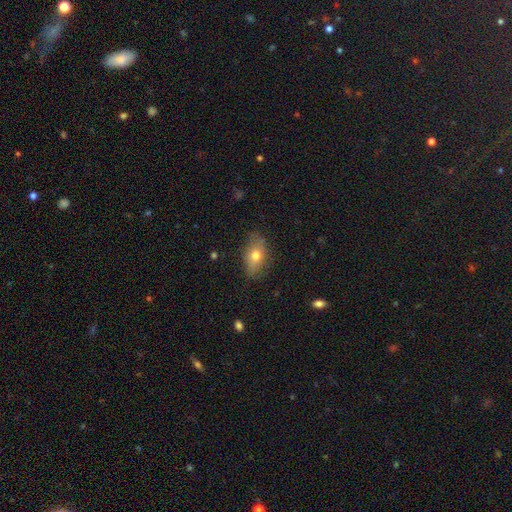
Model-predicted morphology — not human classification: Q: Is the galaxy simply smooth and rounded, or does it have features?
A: smooth — 69%.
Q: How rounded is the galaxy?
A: in between — 83%.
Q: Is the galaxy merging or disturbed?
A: none — 77%.